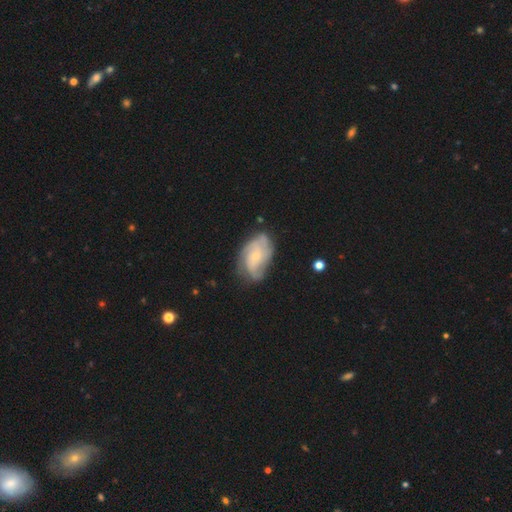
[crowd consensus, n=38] Q: Smooth or featured?
A: featured or disk (82%); runner-up: smooth (18%)
Q: Edge-on disk?
A: no (100%)
Q: Bar?
A: no (81%); runner-up: weak (16%)
Q: Spiral arms?
A: yes (87%); runner-up: no (13%)
Q: Spiral winding?
A: medium (44%); runner-up: tight (33%)
Q: Spiral arm count?
A: can't tell (41%); runner-up: 2 (22%)
Q: Bulge size?
A: small (81%); runner-up: moderate (13%)
Q: Merging?
A: none (45%); runner-up: minor disturbance (37%)